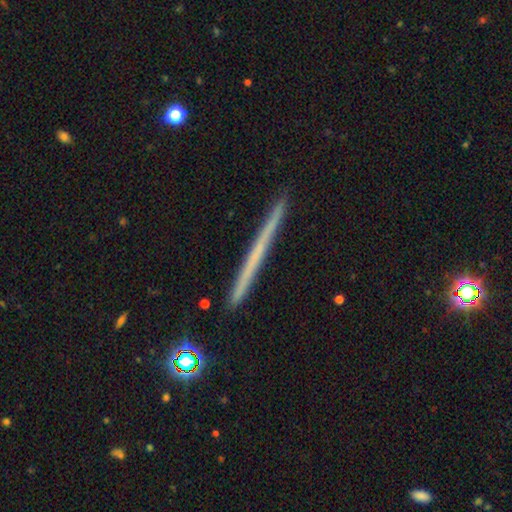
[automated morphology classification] A featured or disk galaxy (51%) viewed edge-on (98%) with no central bulge (94%). Merging: none (92%).